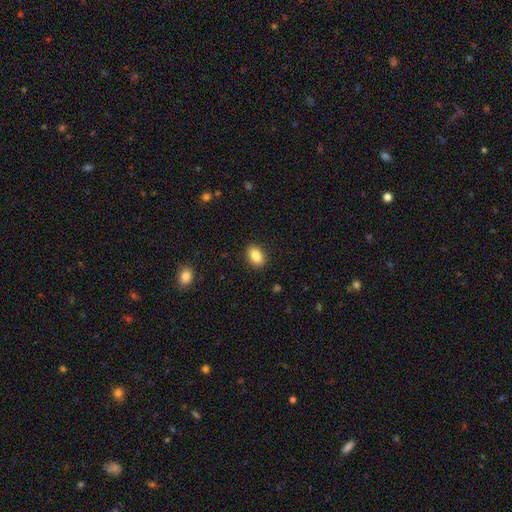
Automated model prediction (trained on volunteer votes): A smooth galaxy with no disk features (87%) that is in between round and cigar-shaped (85%).

Vote fractions:
- Smooth or featured? smooth: 87% / star or artifact: 8% / featured or disk: 5%
- How rounded? in between: 85% / round: 13% / cigar-shaped: 2%
- Merging? none: 89% / minor disturbance: 8% / major disturbance: 2% / merger: 1%